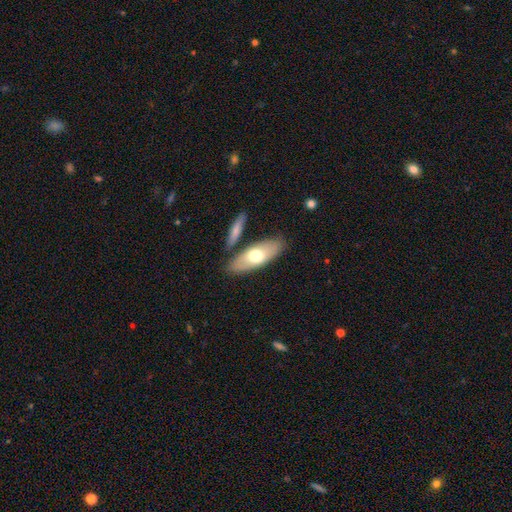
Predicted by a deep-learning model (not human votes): This appears to be a smooth galaxy with no disk features (62%) that is in between round and cigar-shaped (76%). Merging: none (78%).